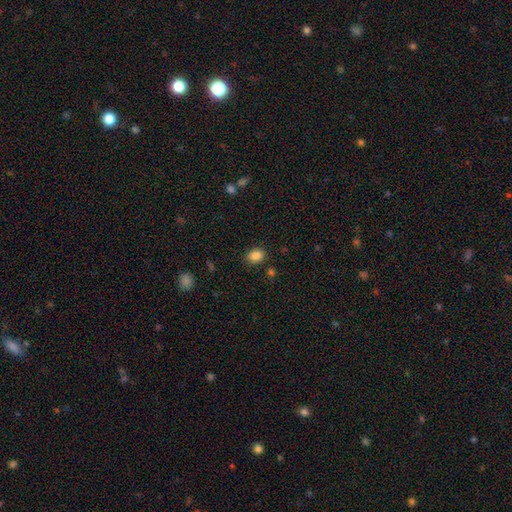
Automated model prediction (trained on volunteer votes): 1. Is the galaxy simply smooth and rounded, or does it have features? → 86% smooth, 10% star or artifact, 4% featured or disk.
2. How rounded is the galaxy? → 64% in between, 35% round, 1% cigar-shaped.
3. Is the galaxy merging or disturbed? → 83% none, 11% minor disturbance, 3% major disturbance, 2% merger.